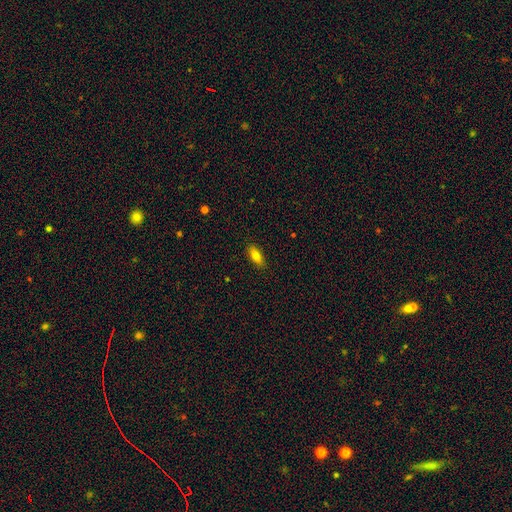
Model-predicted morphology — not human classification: Q: Smooth or featured?
A: smooth (78%); runner-up: featured or disk (14%)
Q: How rounded?
A: in between (78%); runner-up: cigar-shaped (19%)
Q: Merging?
A: none (88%); runner-up: minor disturbance (9%)